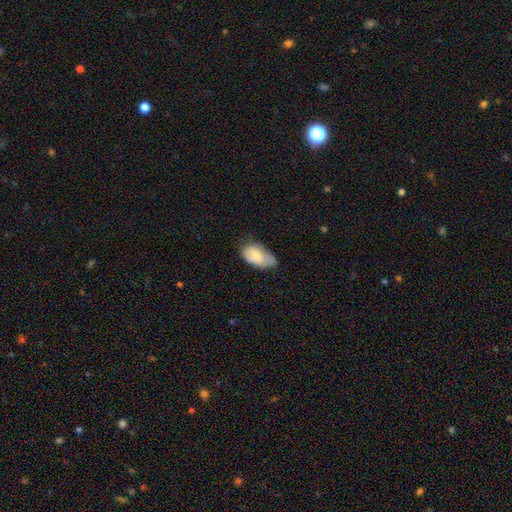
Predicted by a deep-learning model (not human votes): Overall: smooth (70%). How rounded: in between (93%). Merging: minor disturbance (44%; none 39%).